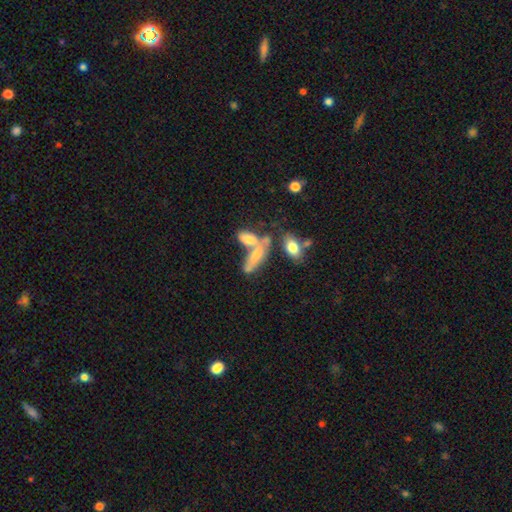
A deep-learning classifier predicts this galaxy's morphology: A smooth galaxy with no disk features (60%) that is in between round and cigar-shaped (65%). Merging: merger (53%).